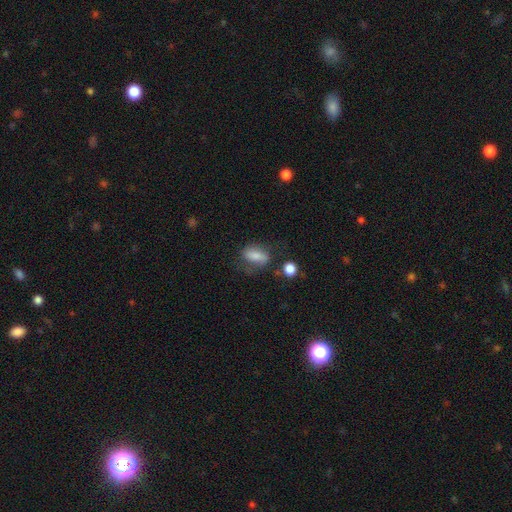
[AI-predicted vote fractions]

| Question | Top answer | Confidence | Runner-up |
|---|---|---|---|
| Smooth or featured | smooth | 72% | featured or disk (19%) |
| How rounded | in between | 81% | cigar-shaped (10%) |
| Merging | none | 58% | minor disturbance (23%) |